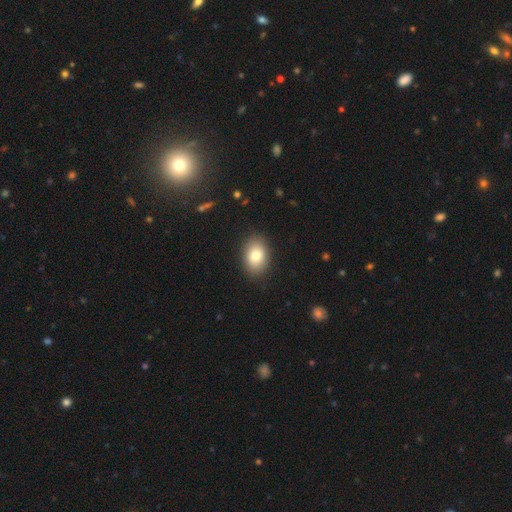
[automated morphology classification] type=smooth (81%); roundness=in between (80%); merging=none (88%).